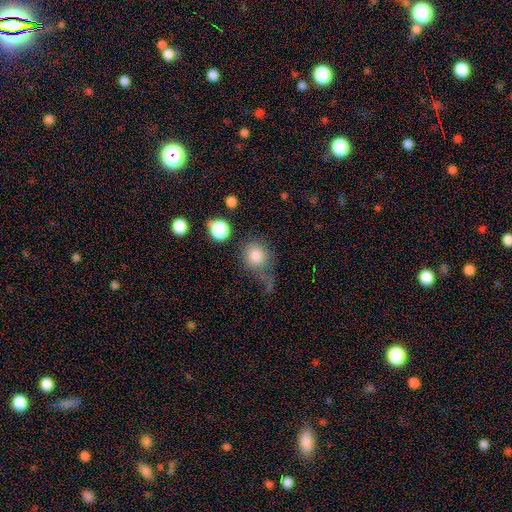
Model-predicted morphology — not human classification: smooth-or-featured: smooth: 82% | star or artifact: 10% | featured or disk: 8%
  how-rounded: round: 84% | in between: 15% | cigar-shaped: 1%
  merging: none: 52% | minor disturbance: 21% | major disturbance: 17% | merger: 11%